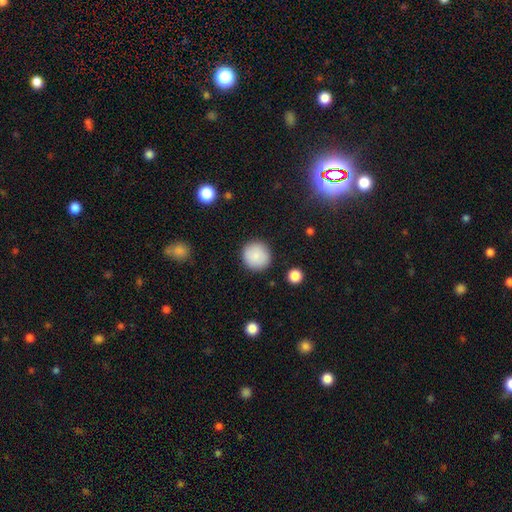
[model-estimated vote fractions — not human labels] smooth-or-featured: smooth: 88% | star or artifact: 8% | featured or disk: 5%
  how-rounded: round: 95% | in between: 4% | cigar-shaped: 1%
  merging: none: 90% | minor disturbance: 6% | major disturbance: 2% | merger: 1%